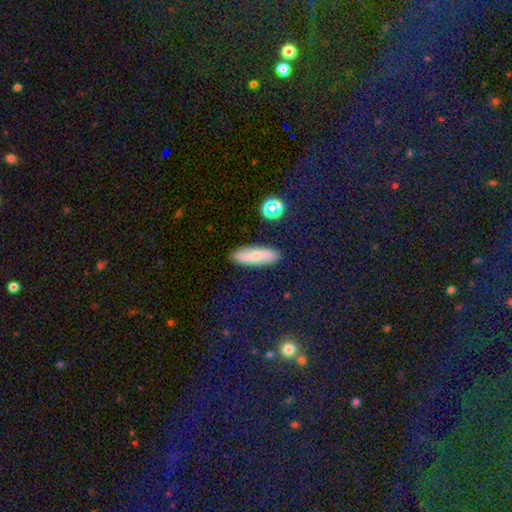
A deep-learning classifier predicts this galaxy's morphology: This appears to be a smooth galaxy with no disk features (59%) that is cigar-shaped (63%). Merging: none (88%).